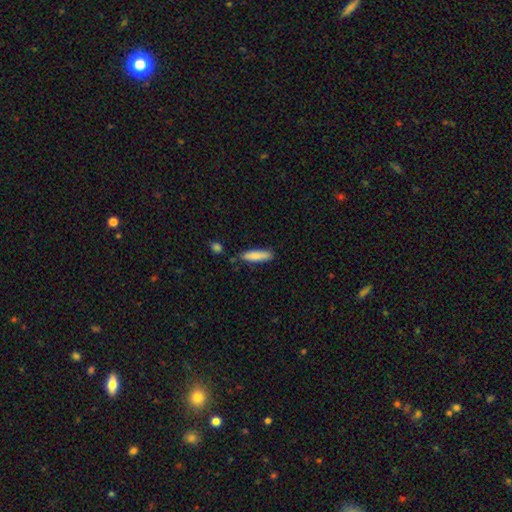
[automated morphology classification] A smooth galaxy with no disk features (85%) that is cigar-shaped (74%).

Vote fractions:
- Smooth or featured? smooth: 85% / featured or disk: 9% / star or artifact: 6%
- How rounded? cigar-shaped: 74% / in between: 24% / round: 1%
- Merging? none: 79% / minor disturbance: 14% / merger: 4% / major disturbance: 3%